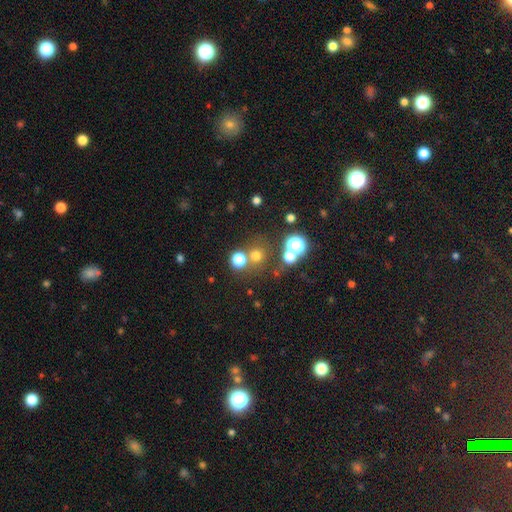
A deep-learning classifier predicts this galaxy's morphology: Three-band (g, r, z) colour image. It shows a smooth galaxy with no disk features (64%) that is round (91%). Merging: none (73%).